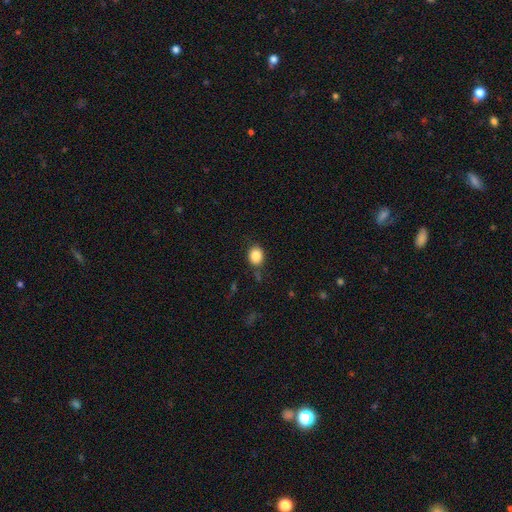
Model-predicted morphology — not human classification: Overall: smooth (86%). How rounded: round (60%; in between 39%). Merging: none (80%).